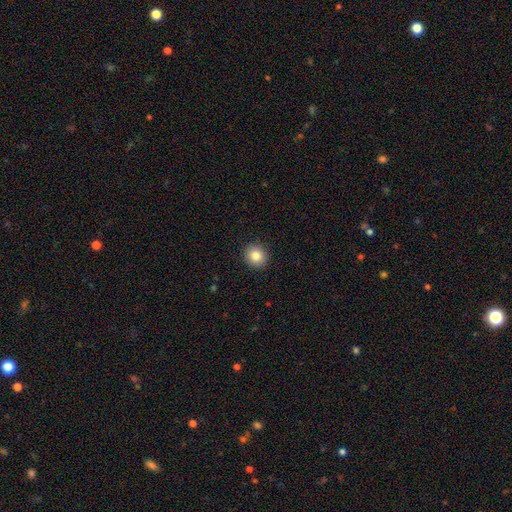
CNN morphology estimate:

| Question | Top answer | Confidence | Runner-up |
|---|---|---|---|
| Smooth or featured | smooth | 83% | star or artifact (10%) |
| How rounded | round | 85% | in between (14%) |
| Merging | none | 92% | minor disturbance (6%) |